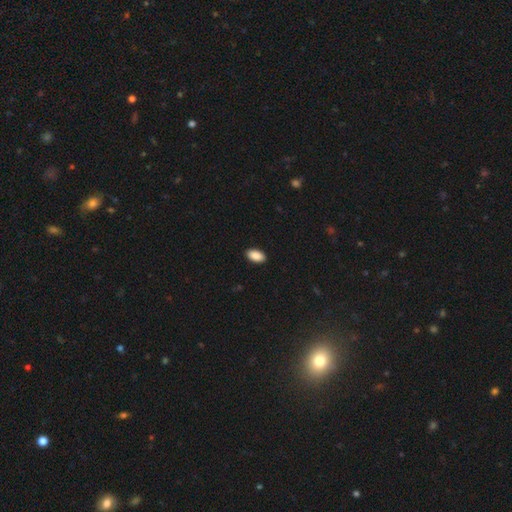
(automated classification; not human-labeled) This appears to be a smooth galaxy with no disk features (90%) that is in between round and cigar-shaped (94%). Merging: none (90%).